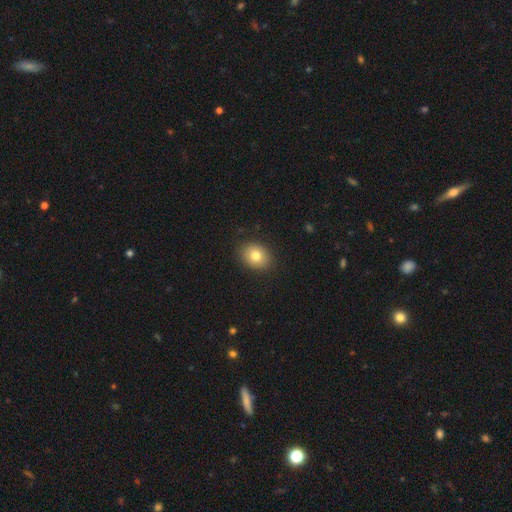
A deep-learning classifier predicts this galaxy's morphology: Smooth or featured? Predicted: smooth (p=0.80). How rounded? Predicted: in between (p=0.51). Merging? Predicted: none (p=0.88).